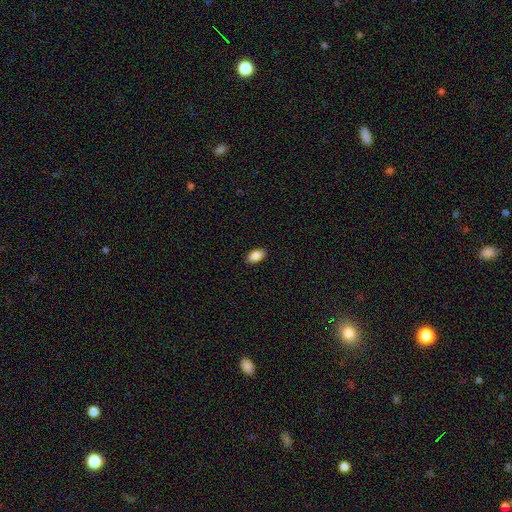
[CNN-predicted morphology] smooth 88%, star or artifact 7%, featured or disk 4%. Down the decision tree: how rounded — in between (93%); merging — none (89%).